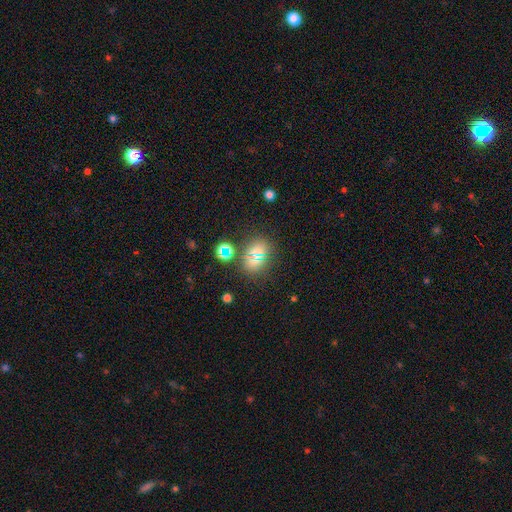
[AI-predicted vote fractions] Morphology: type=smooth (57%); roundness=round (51%); merging=none (79%).